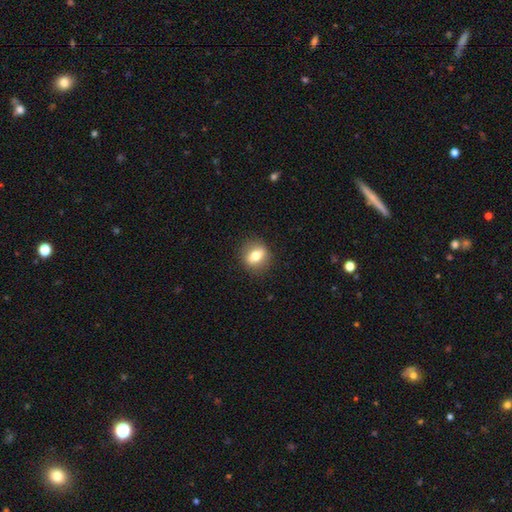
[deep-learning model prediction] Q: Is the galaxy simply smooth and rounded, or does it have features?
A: smooth — 68%.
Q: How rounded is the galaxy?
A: round — 56%.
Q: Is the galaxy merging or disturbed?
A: none — 87%.